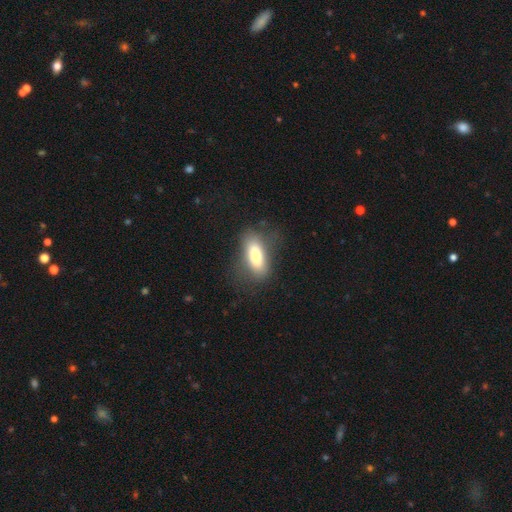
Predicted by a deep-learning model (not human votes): Smooth or featured? Predicted: smooth (p=0.75). How rounded? Predicted: in between (p=0.76). Merging? Predicted: none (p=0.71).